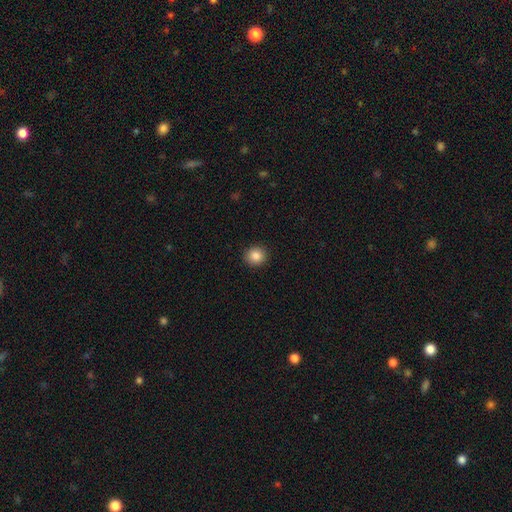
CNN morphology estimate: A smooth galaxy with no disk features (86%) that is round (88%).

Vote fractions:
- Smooth or featured? smooth: 86% / star or artifact: 10% / featured or disk: 4%
- How rounded? round: 88% / in between: 11% / cigar-shaped: 1%
- Merging? none: 92% / minor disturbance: 5% / major disturbance: 2% / merger: 1%